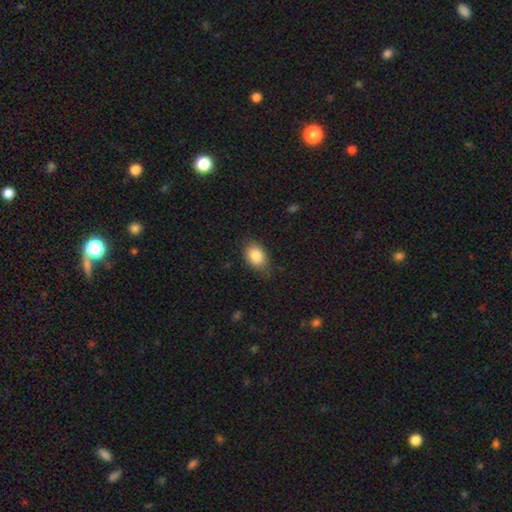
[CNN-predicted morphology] Smooth or featured?
  - smooth: 85% *
  - star or artifact: 8%
  - featured or disk: 7%
How rounded?
  - in between: 77% *
  - round: 22%
  - cigar-shaped: 1%
Merging?
  - none: 71% *
  - minor disturbance: 23%
  - major disturbance: 5%
  - merger: 1%